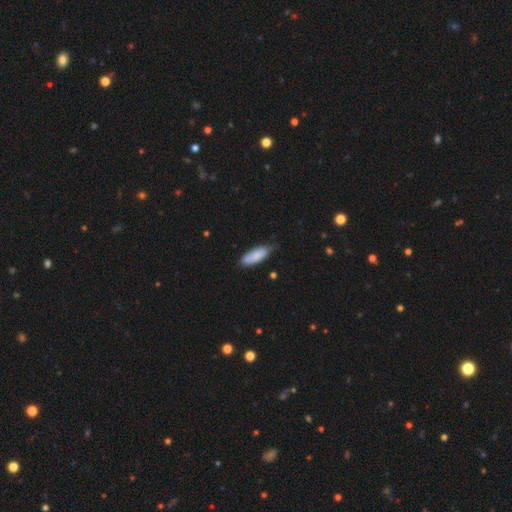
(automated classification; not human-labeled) Smooth or featured?
  - smooth: 85% *
  - featured or disk: 9%
  - star or artifact: 6%
How rounded?
  - in between: 64% *
  - cigar-shaped: 34%
  - round: 2%
Merging?
  - none: 69% *
  - minor disturbance: 26%
  - major disturbance: 3%
  - merger: 2%